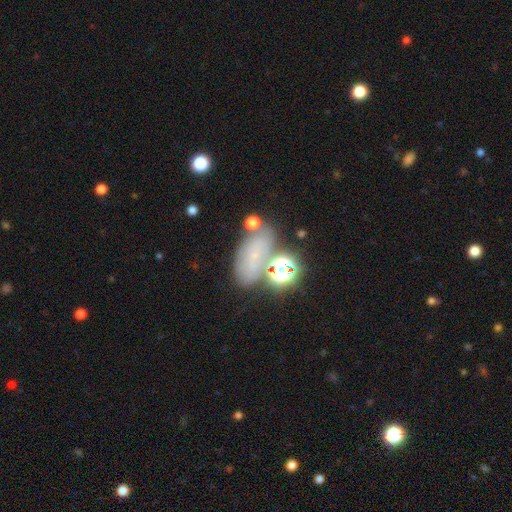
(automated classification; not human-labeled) Smooth or featured? Predicted: smooth (p=0.46). Merging? Predicted: none (p=0.54).